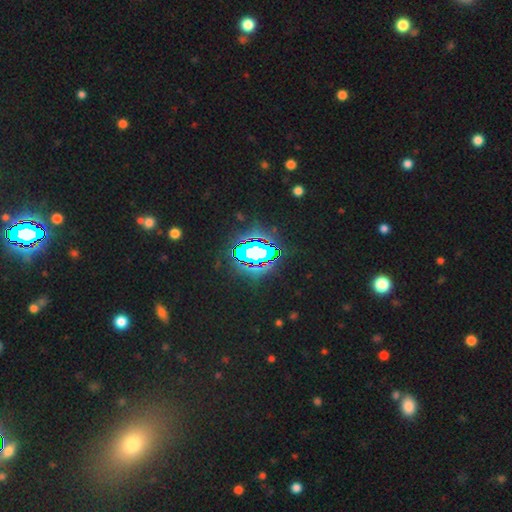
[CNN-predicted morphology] The model was most divided on "smooth or featured": star or artifact: 71%, smooth: 15%, featured or disk: 14%.